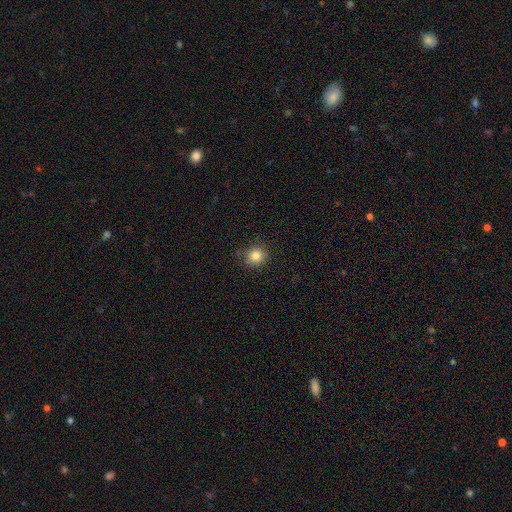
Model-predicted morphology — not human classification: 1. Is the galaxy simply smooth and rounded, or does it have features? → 83% smooth, 11% star or artifact, 6% featured or disk.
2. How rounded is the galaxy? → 89% round, 10% in between, 1% cigar-shaped.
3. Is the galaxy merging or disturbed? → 86% none, 10% minor disturbance, 3% major disturbance, 1% merger.